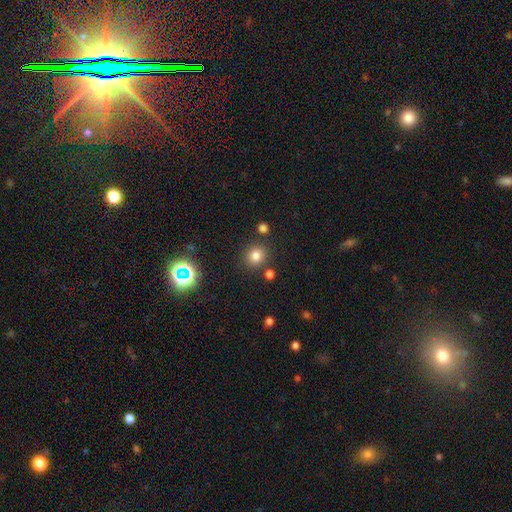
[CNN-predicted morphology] Smooth or featured? Predicted: smooth (p=0.77). How rounded? Predicted: round (p=0.84). Merging? Predicted: none (p=0.83).